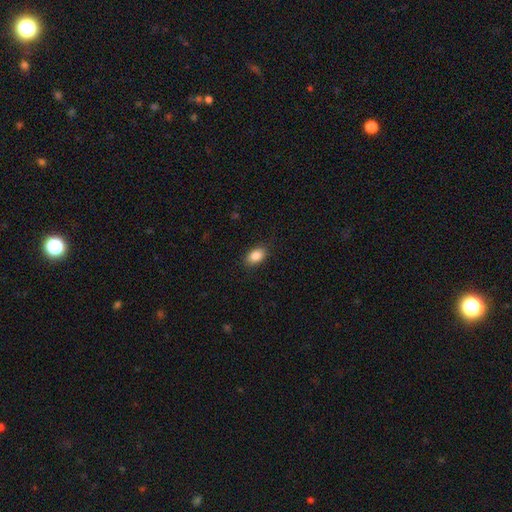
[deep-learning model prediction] Smooth or featured?
  - smooth: 88% *
  - star or artifact: 8%
  - featured or disk: 4%
How rounded?
  - in between: 88% *
  - round: 10%
  - cigar-shaped: 2%
Merging?
  - none: 87% *
  - minor disturbance: 9%
  - major disturbance: 2%
  - merger: 1%